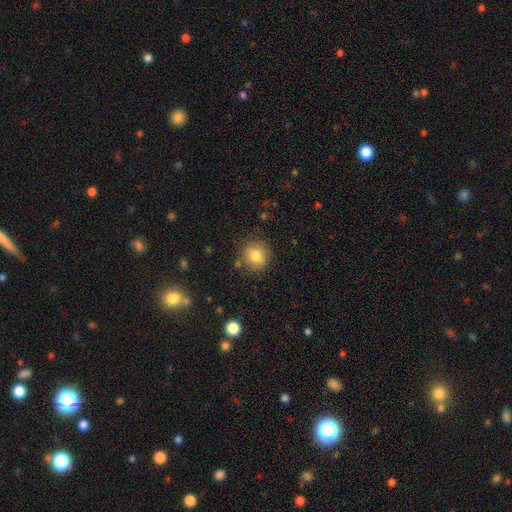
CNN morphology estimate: type=smooth (81%); roundness=round (90%); merging=none (84%).